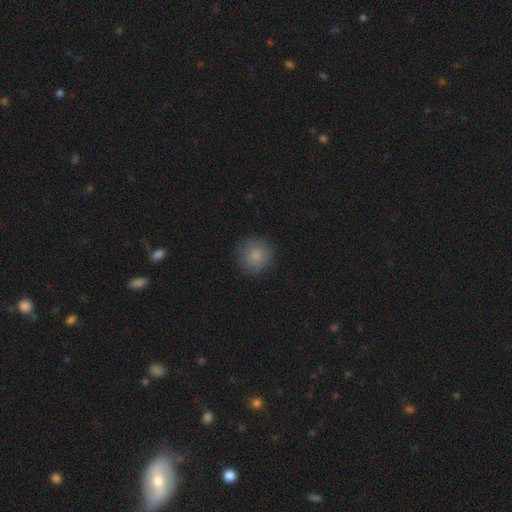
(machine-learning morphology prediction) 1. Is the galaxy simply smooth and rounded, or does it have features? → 83% smooth, 9% star or artifact, 8% featured or disk.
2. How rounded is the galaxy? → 93% round, 6% in between, 1% cigar-shaped.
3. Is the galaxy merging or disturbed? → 84% none, 12% minor disturbance, 3% major disturbance, 1% merger.